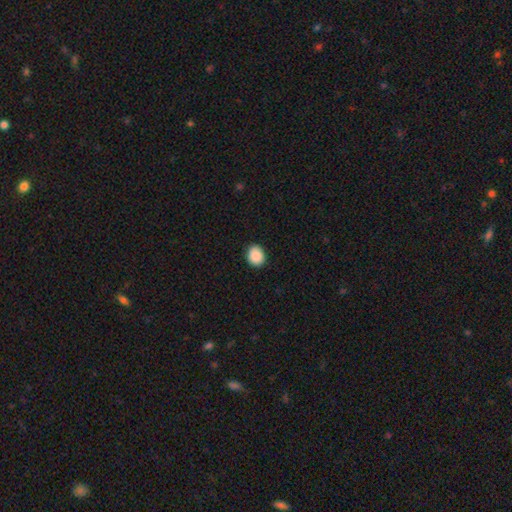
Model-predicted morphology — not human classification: smooth_or_featured: smooth (p=0.90) [alt: star or artifact p=0.08]
how_rounded: round (p=0.61) [alt: in between p=0.38]
merging: none (p=0.90) [alt: minor disturbance p=0.08]